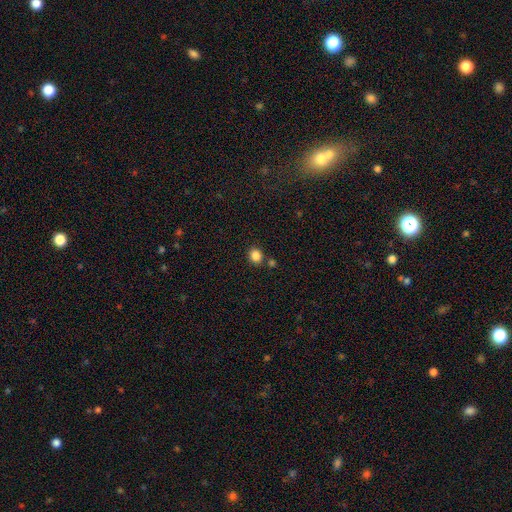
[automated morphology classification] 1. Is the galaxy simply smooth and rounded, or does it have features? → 85% smooth, 11% star or artifact, 4% featured or disk.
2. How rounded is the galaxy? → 71% round, 29% in between, 1% cigar-shaped.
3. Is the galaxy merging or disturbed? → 80% none, 9% merger, 8% minor disturbance, 3% major disturbance.